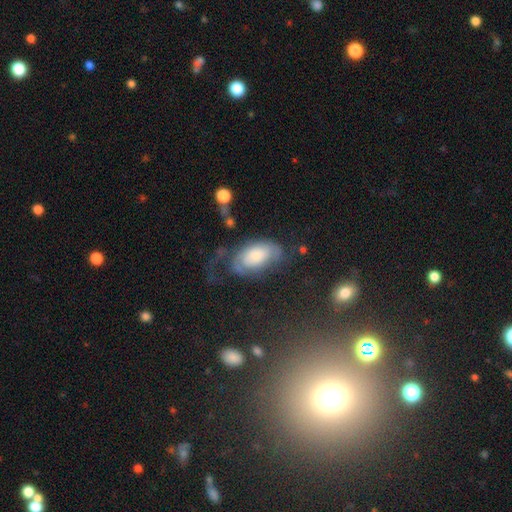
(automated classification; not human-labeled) A featured or disk galaxy (46%).

Vote fractions:
- Smooth or featured? featured or disk: 46% / smooth: 45% / star or artifact: 9%
- Merging? none: 37% / major disturbance: 33% / minor disturbance: 25% / merger: 4%